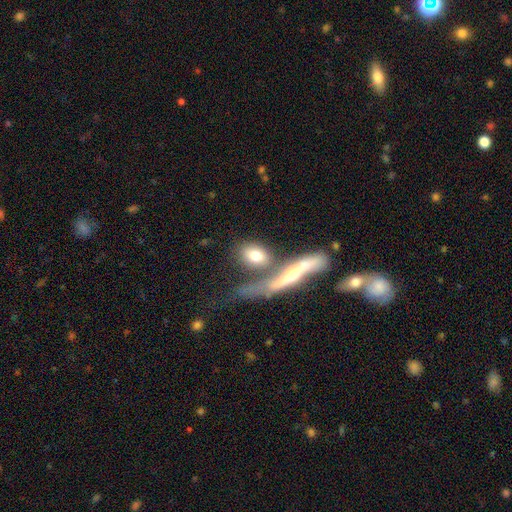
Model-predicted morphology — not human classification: Smooth or featured?
  - smooth: 72% *
  - featured or disk: 21%
  - star or artifact: 7%
How rounded?
  - in between: 64% *
  - round: 22%
  - cigar-shaped: 14%
Merging?
  - none: 47% *
  - merger: 32%
  - minor disturbance: 12%
  - major disturbance: 8%